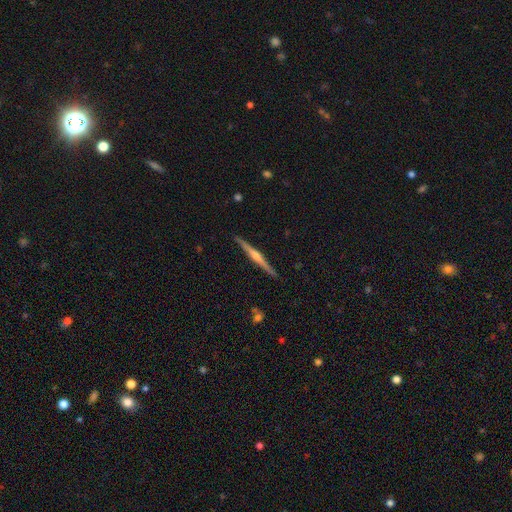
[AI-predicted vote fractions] This appears to be a featured or disk galaxy (82%) viewed edge-on (99%) with a rounded central bulge (84%). Merging: none (92%).